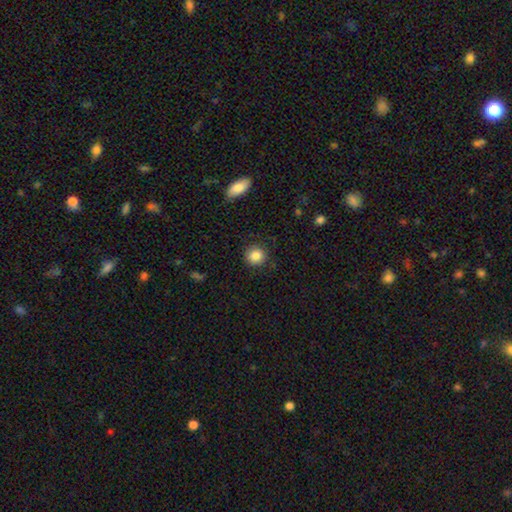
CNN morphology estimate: This appears to be a smooth galaxy with no disk features (86%) that is round (89%). Merging: none (88%).